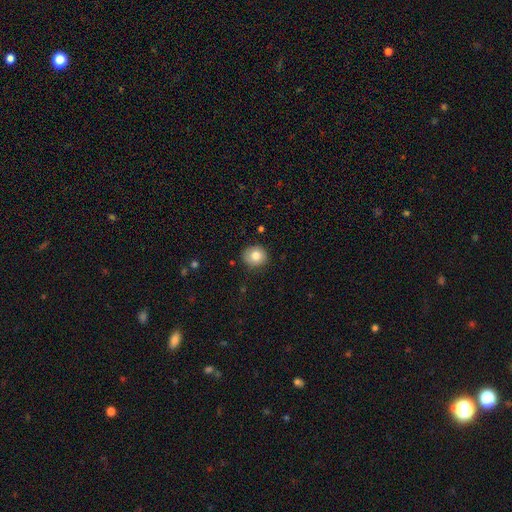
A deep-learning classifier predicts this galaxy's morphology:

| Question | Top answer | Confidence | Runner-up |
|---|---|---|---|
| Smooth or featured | smooth | 81% | featured or disk (10%) |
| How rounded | round | 83% | in between (16%) |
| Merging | none | 84% | minor disturbance (12%) |